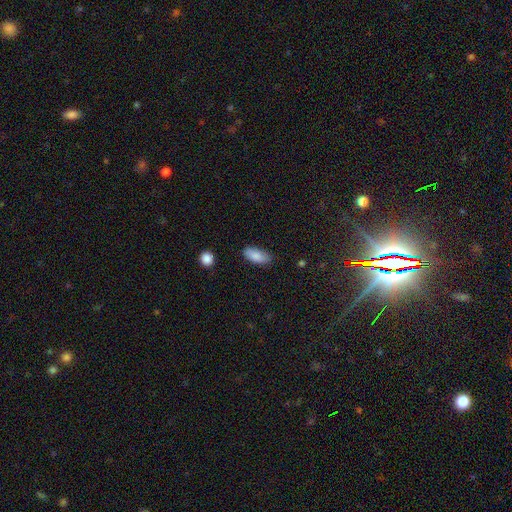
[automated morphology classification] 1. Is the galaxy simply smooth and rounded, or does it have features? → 87% smooth, 7% star or artifact, 7% featured or disk.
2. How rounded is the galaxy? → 89% in between, 9% cigar-shaped, 2% round.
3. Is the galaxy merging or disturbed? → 81% none, 15% minor disturbance, 3% major disturbance, 2% merger.